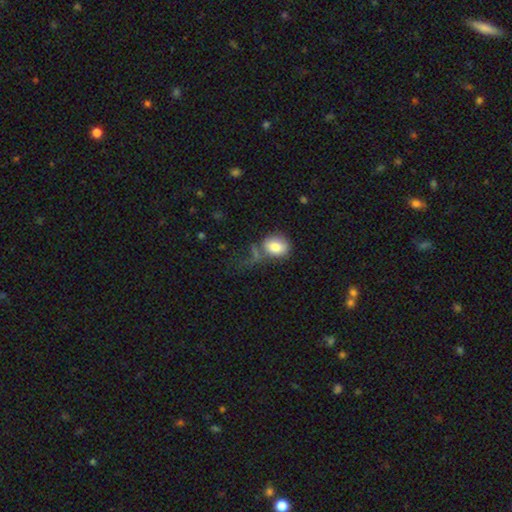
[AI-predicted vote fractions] Smooth or featured: smooth — 72% (featured or disk — 16%)
How rounded: in between — 55% (round — 42%)
Merging: none — 35% (major disturbance — 31%)